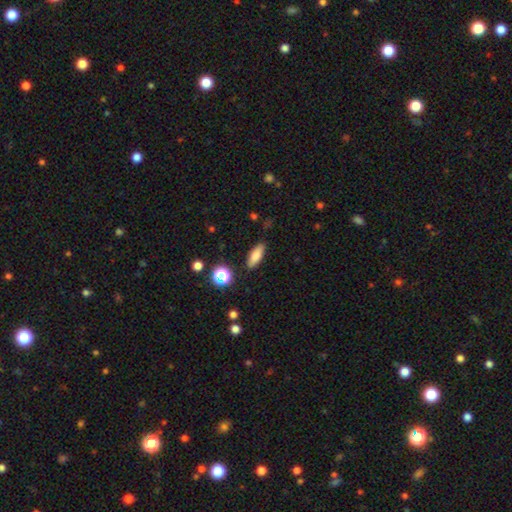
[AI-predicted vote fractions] This is likely a smooth galaxy (79%). How rounded: likely in between (62%). Merging: clearly none (86%).